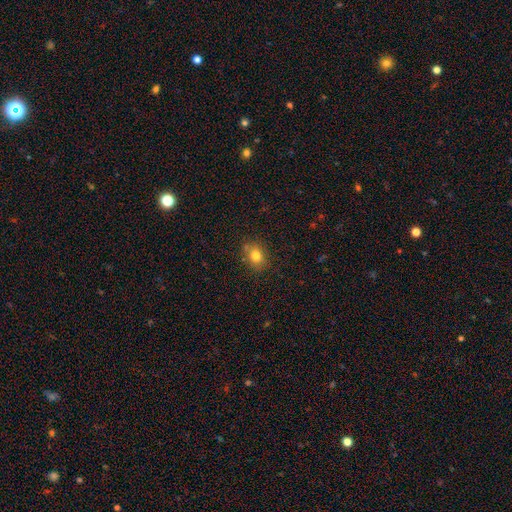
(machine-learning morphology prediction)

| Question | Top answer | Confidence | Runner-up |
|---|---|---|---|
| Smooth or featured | smooth | 80% | star or artifact (12%) |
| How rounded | in between | 54% | round (45%) |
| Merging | none | 80% | minor disturbance (14%) |